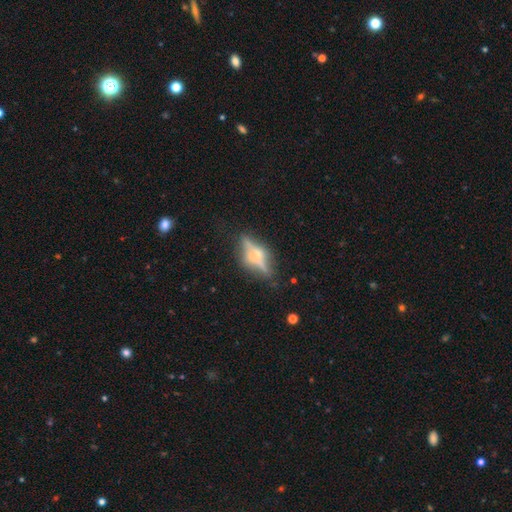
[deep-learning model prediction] featured or disk 68%, smooth 23%, star or artifact 9%. Down the decision tree: edge-on disk — yes (88%); edge-on bulge — rounded (87%); merging — none (69%).